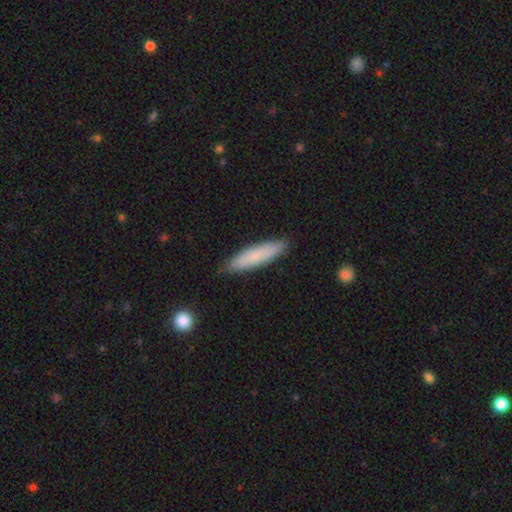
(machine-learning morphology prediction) A smooth galaxy with no disk features (77%) that is cigar-shaped (79%). Merging: none (86%).